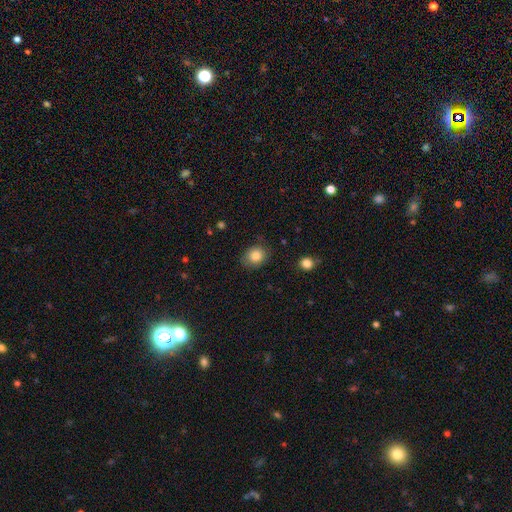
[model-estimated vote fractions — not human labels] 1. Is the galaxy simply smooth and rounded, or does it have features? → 83% smooth, 9% star or artifact, 7% featured or disk.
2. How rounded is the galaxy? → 61% round, 38% in between, 1% cigar-shaped.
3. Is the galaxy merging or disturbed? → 80% none, 15% minor disturbance, 4% major disturbance, 1% merger.